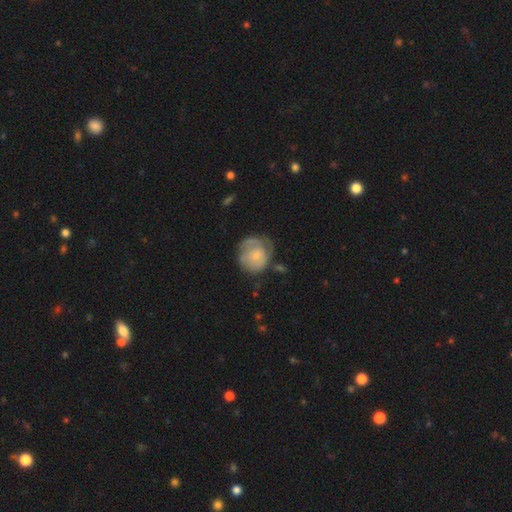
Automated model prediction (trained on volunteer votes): smooth-or-featured: featured or disk: 51% | smooth: 42% | star or artifact: 6%
  disk-edge-on: no: 98% | yes: 2%
  merging: none: 49% | minor disturbance: 28% | major disturbance: 19% | merger: 4%